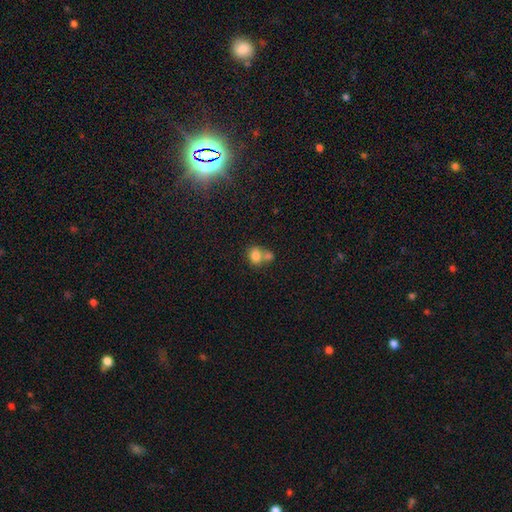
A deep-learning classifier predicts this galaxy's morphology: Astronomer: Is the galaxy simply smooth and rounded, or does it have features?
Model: smooth — 80%.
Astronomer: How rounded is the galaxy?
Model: round — 50% (runner-up: in between, 48%).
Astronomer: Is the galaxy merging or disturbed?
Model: merger — 53% (runner-up: none, 34%).